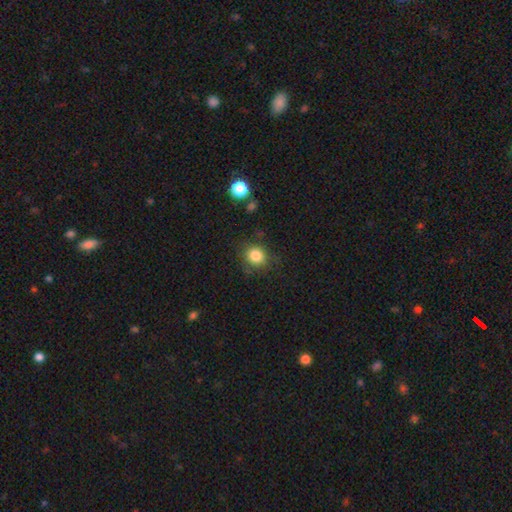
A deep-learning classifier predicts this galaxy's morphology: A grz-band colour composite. It shows a smooth galaxy with no disk features (83%) that is round (84%). Merging: none (82%).